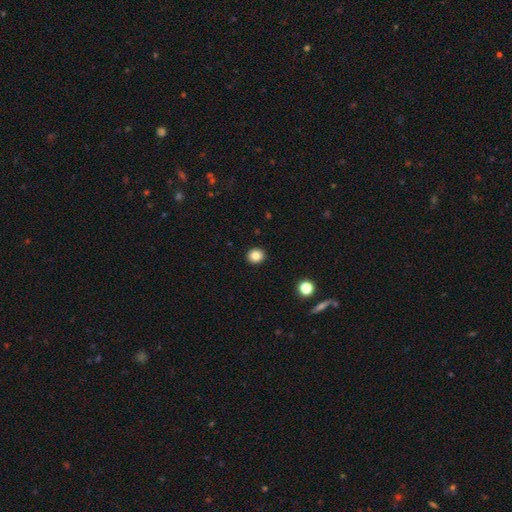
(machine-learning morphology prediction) Smooth or featured? smooth (83%)
How rounded? round (77%)
Merging? none (92%)